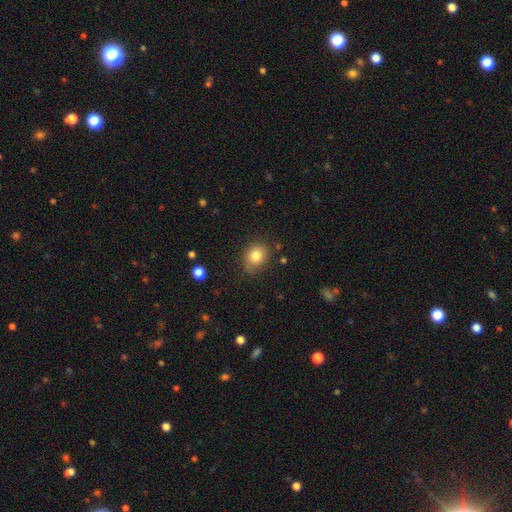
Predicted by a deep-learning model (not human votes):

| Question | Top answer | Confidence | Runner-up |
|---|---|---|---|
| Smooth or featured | smooth | 81% | star or artifact (10%) |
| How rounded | round | 66% | in between (33%) |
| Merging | none | 78% | minor disturbance (16%) |